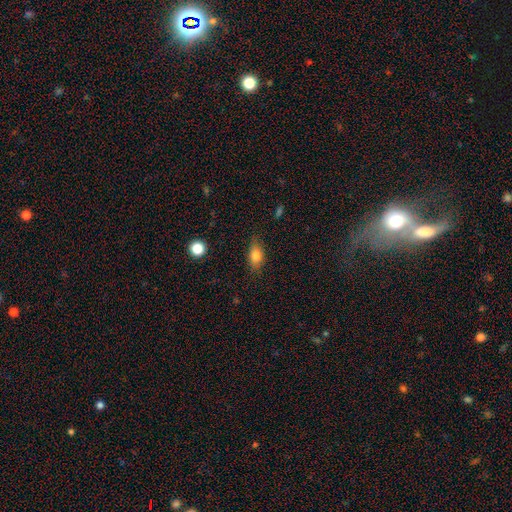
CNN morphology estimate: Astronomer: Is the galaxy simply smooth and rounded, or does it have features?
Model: smooth — 79%.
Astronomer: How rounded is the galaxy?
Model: in between — 82%.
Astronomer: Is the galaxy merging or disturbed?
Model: none — 77%.